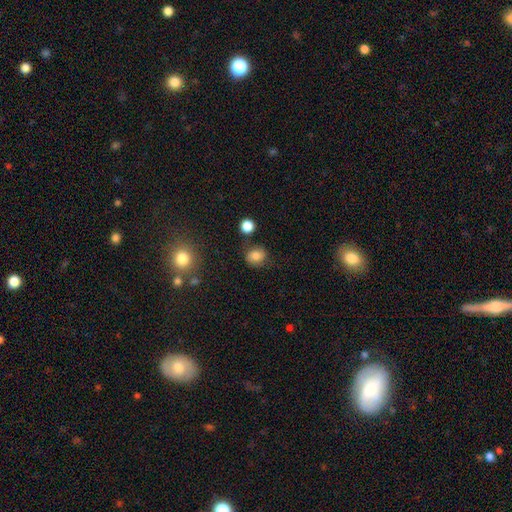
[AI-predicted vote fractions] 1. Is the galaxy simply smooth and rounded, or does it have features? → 80% smooth, 11% star or artifact, 8% featured or disk.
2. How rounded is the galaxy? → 66% round, 33% in between, 1% cigar-shaped.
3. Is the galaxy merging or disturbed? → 74% none, 16% minor disturbance, 5% major disturbance, 4% merger.